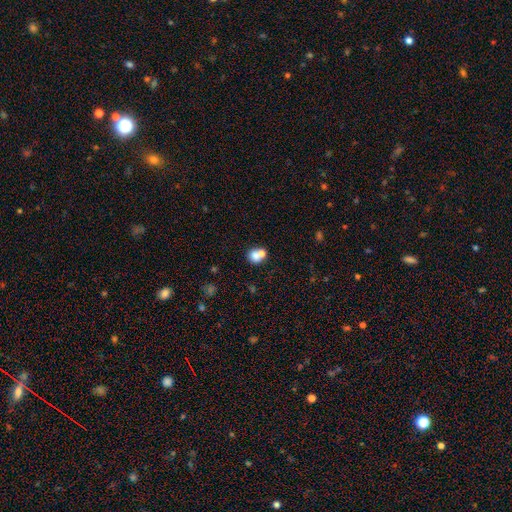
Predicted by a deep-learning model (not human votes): smooth_or_featured: smooth (p=0.74) [alt: featured or disk p=0.16]
how_rounded: round (p=0.71) [alt: in between p=0.28]
merging: merger (p=0.50) [alt: none p=0.38]